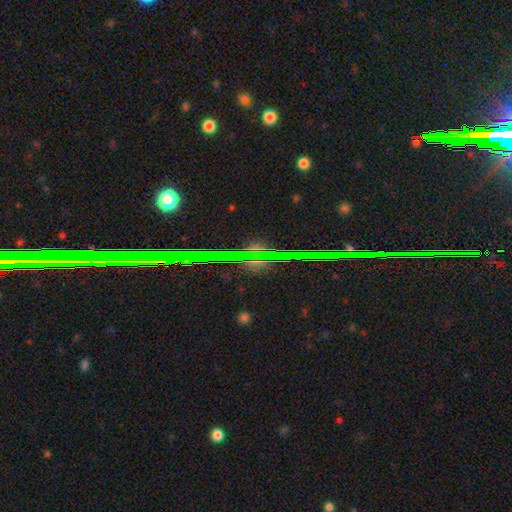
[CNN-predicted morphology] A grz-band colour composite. It shows a star or artifact, not a galaxy (70%).